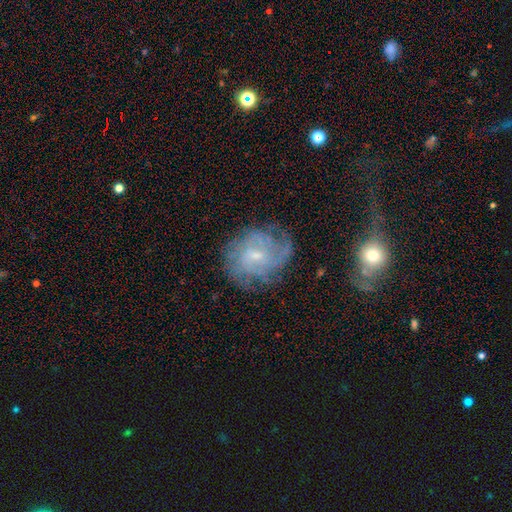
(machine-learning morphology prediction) Overall: featured or disk (74%). Edge-on disk: no (97%). Bar: no (48%; weak 45%). Spiral arms: yes (87%). Spiral arm count: can't tell (48%; 3 14%). Spiral winding: tight (52%; medium 35%). Bulge size: small (67%). Merging: none (64%).